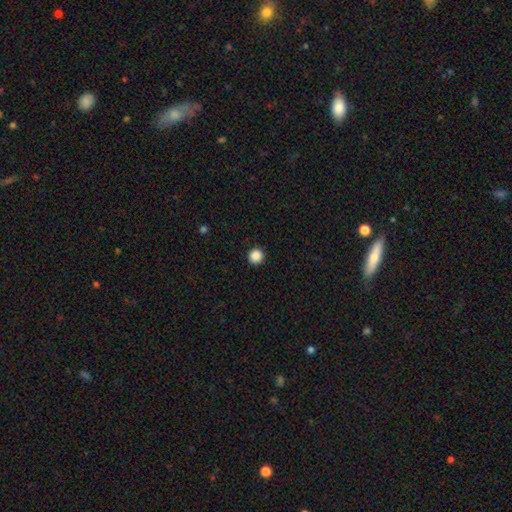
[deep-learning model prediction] Smooth or featured: smooth — 88% (star or artifact — 10%)
How rounded: round — 96% (in between — 3%)
Merging: none — 94% (minor disturbance — 4%)